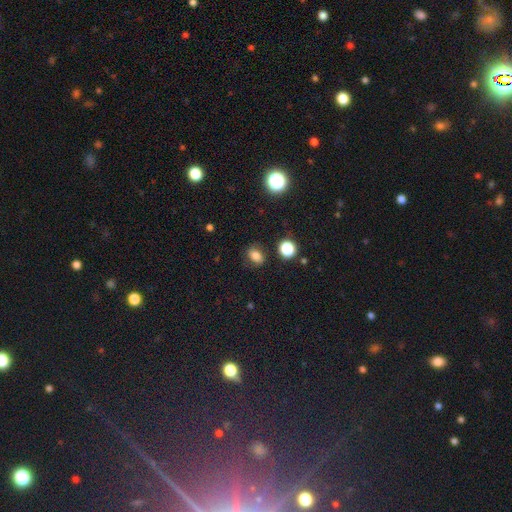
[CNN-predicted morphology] Smooth or featured? smooth (76%)
How rounded? in between (65%)
Merging? none (80%)